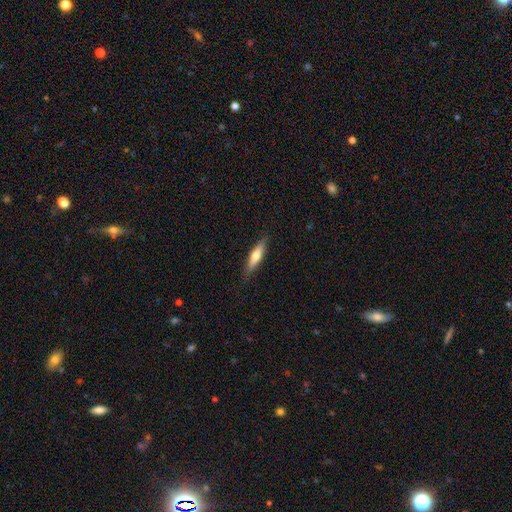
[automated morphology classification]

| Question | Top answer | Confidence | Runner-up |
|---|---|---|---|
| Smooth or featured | smooth | 60% | featured or disk (34%) |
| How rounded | cigar-shaped | 75% | in between (23%) |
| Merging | none | 86% | minor disturbance (11%) |